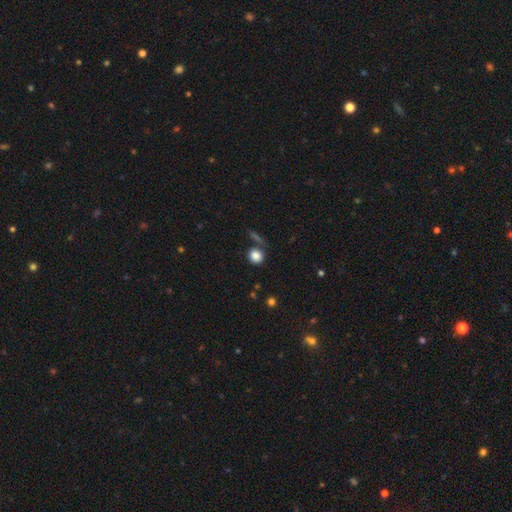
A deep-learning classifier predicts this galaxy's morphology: Smooth or featured? smooth (84%)
How rounded? round (78%)
Merging? none (72%)